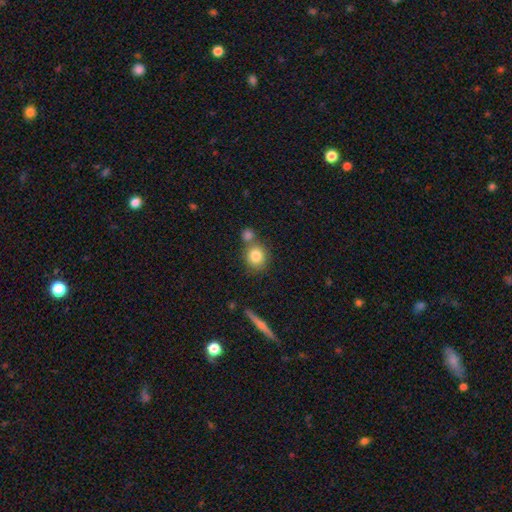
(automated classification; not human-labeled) A smooth galaxy with no disk features (82%) that is round (82%).

Vote fractions:
- Smooth or featured? smooth: 82% / featured or disk: 9% / star or artifact: 9%
- How rounded? round: 82% / in between: 17% / cigar-shaped: 1%
- Merging? none: 60% / merger: 26% / minor disturbance: 10% / major disturbance: 3%